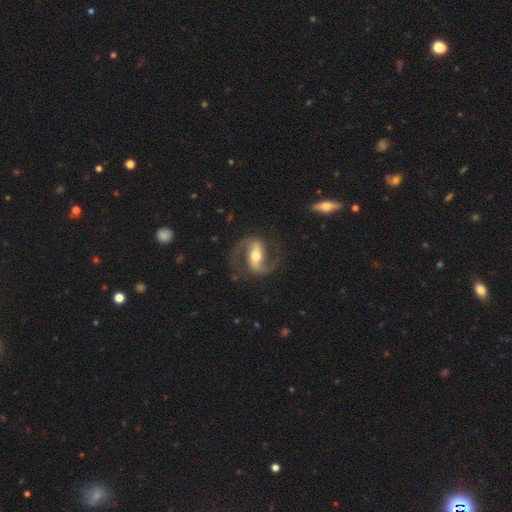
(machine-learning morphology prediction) This is clearly a featured or disk galaxy (89%). It is clearly not viewed edge-on (96%). Bar: possibly strong (53%). Spiral arm pattern: clearly yes (96%). Spiral arm count: clearly 2 (93%). Spiral winding: possibly medium (54%). Central bulge: likely moderate (69%). Merging: likely none (80%).